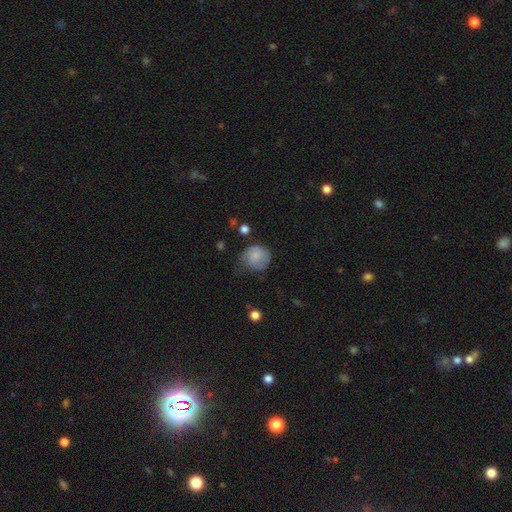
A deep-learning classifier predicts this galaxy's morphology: The model was most divided on "merging": none: 42%, minor disturbance: 37%, major disturbance: 18%, merger: 3%. More confident: how rounded — round (77%); smooth or featured — smooth (74%).